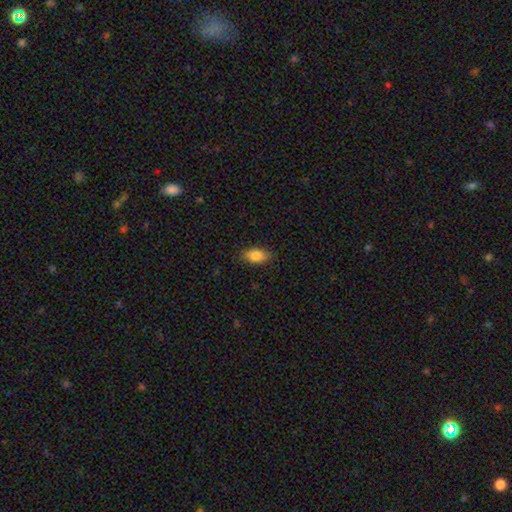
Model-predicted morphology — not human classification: Smooth or featured? smooth (84%)
How rounded? in between (90%)
Merging? none (86%)